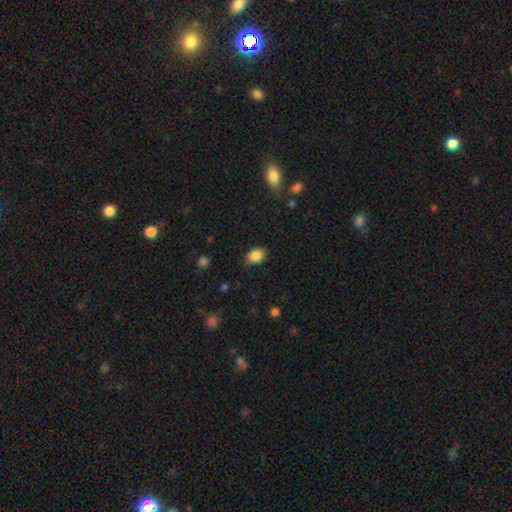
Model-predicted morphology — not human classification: Smooth or featured: smooth — 86% (star or artifact — 9%)
How rounded: in between — 60% (round — 39%)
Merging: none — 79% (minor disturbance — 16%)